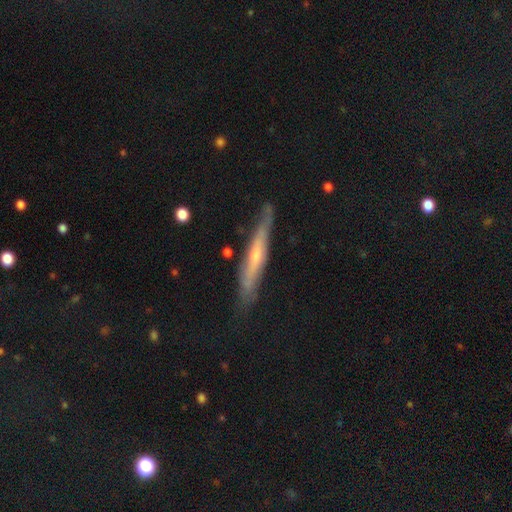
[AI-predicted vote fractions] The model was most divided on "edge-on bulge": rounded: 51%, none: 42%, boxy: 6%. More confident: edge-on disk — yes (87%); merging — none (77%); smooth or featured — featured or disk (64%).